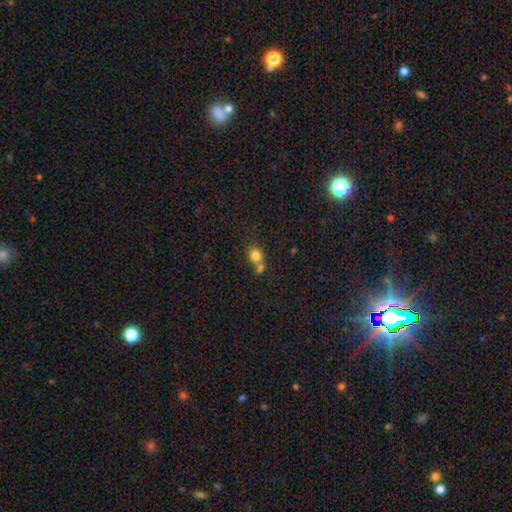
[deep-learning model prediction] Overall: smooth (81%). How rounded: round (69%; in between 30%). Merging: merger (44%; none 43%).